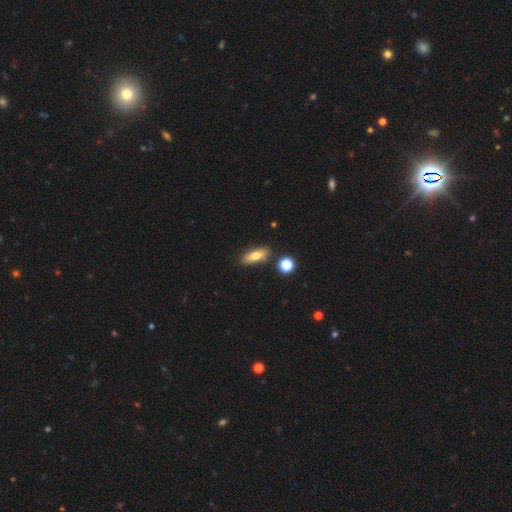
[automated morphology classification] The model was most divided on "how rounded": in between: 63%, cigar-shaped: 33%, round: 5%. More confident: merging — none (82%); smooth or featured — smooth (70%).